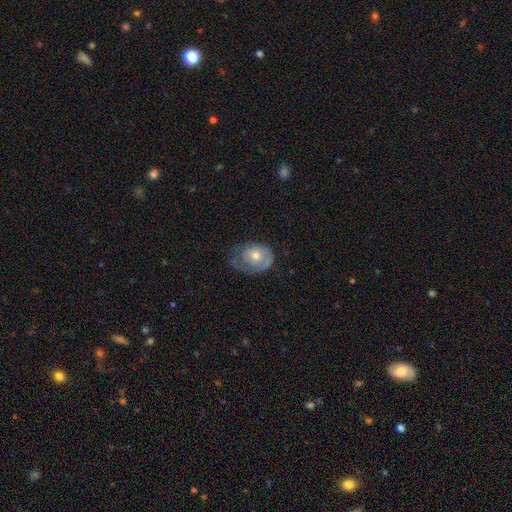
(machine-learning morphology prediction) smooth 47%, featured or disk 46%, star or artifact 7%. Down the decision tree: merging — none (42%).